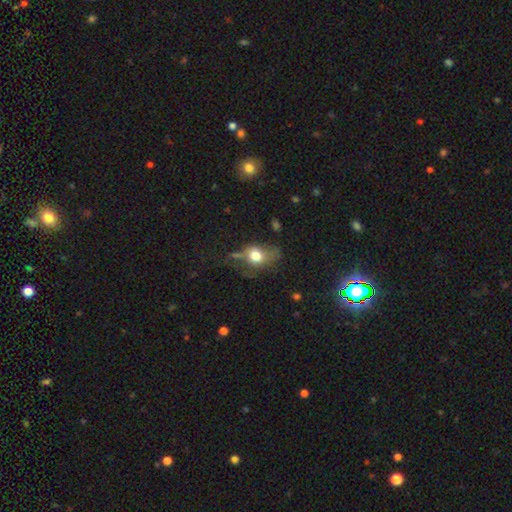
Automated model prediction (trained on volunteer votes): Smooth or featured? smooth (68%)
How rounded? in between (56%)
Merging? none (37%)